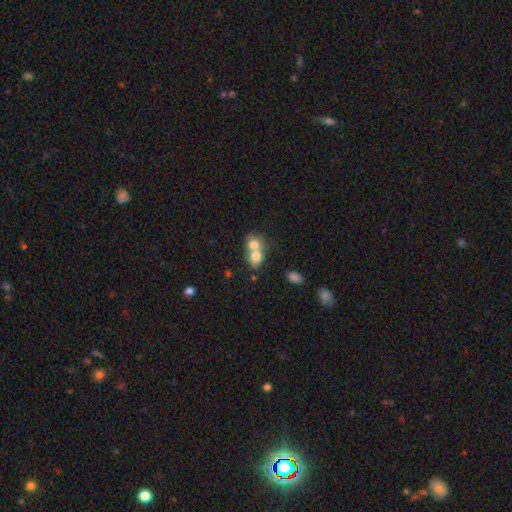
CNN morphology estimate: Smooth or featured? Predicted: smooth (p=0.74). How rounded? Predicted: round (p=0.53). Merging? Predicted: merger (p=0.71).